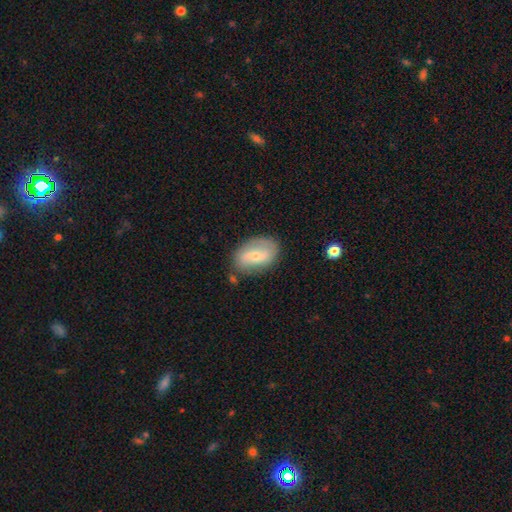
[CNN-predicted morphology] Smooth or featured? Predicted: featured or disk (p=0.53). Edge-on disk? Predicted: no (p=0.94). Bar? Predicted: weak (p=0.45). Spiral arms? Predicted: yes (p=0.71). Bulge size? Predicted: small (p=0.55). Merging? Predicted: none (p=0.74).